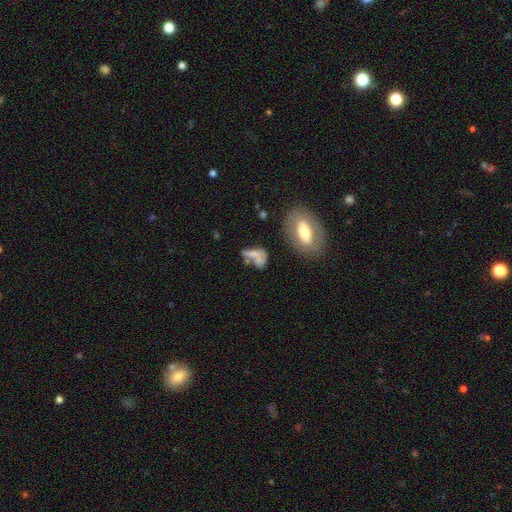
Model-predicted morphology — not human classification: A smooth galaxy with no disk features (57%) that is in between round and cigar-shaped (71%). Merging: merger (33%).